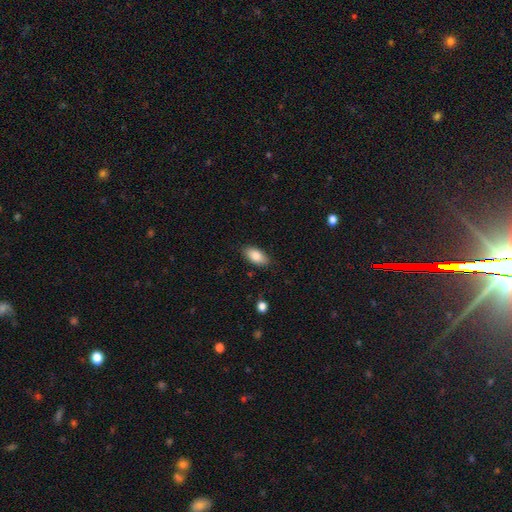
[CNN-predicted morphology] A smooth galaxy with no disk features (85%) that is in between round and cigar-shaped (91%). Merging: none (85%).